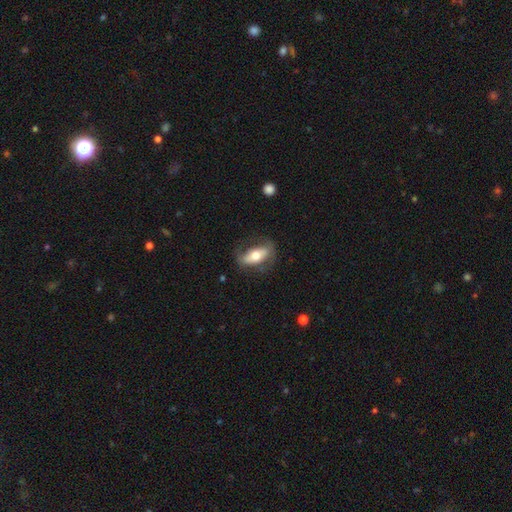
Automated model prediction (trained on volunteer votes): Q: Smooth or featured?
A: smooth (47%); tied with: featured or disk (47%)
Q: Merging?
A: none (65%); runner-up: minor disturbance (21%)